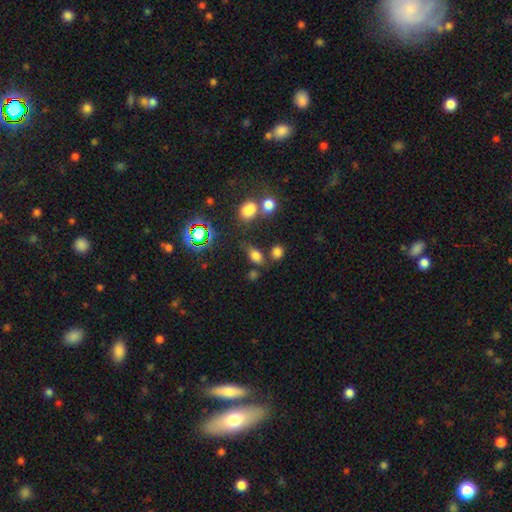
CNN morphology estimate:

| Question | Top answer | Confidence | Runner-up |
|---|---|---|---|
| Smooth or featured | smooth | 73% | star or artifact (19%) |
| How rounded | in between | 75% | round (21%) |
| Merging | none | 66% | minor disturbance (16%) |